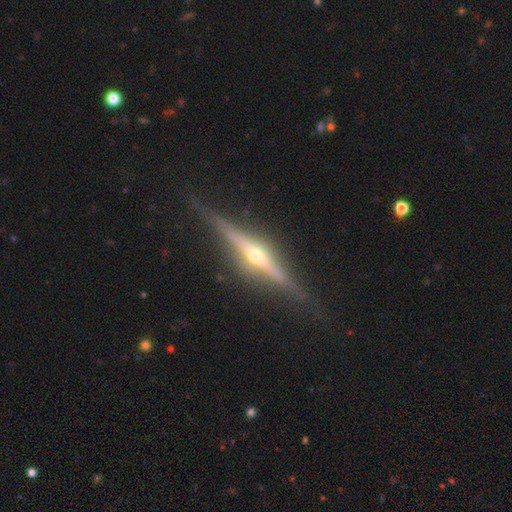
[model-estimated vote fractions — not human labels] This is clearly a featured or disk galaxy (87%). It is clearly viewed edge-on (98%). Edge-on bulge: clearly rounded (91%). Merging: clearly none (88%).